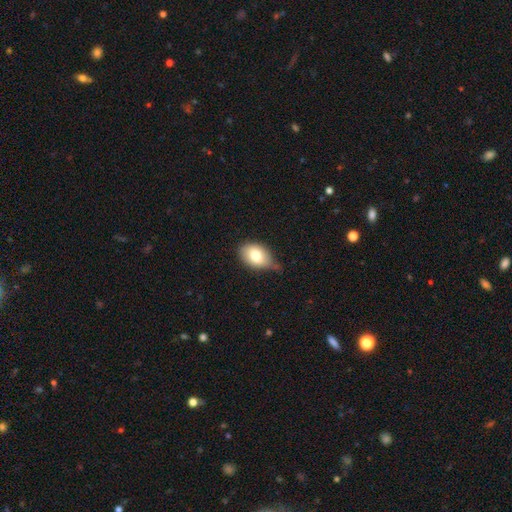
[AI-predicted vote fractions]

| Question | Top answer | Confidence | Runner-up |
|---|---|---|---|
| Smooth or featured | smooth | 76% | featured or disk (16%) |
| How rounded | in between | 79% | round (19%) |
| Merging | minor disturbance | 46% | none (38%) |